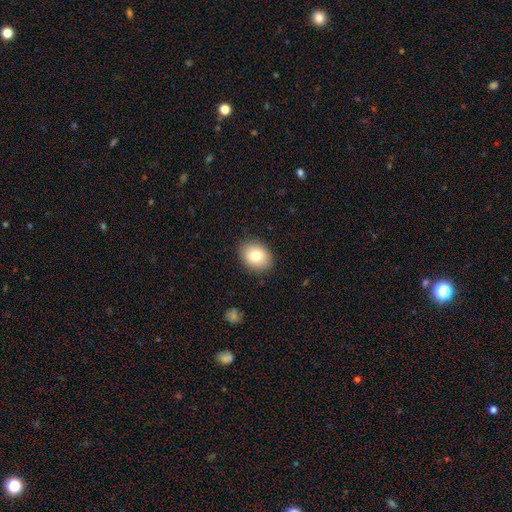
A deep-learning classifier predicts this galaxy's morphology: Smooth or featured?
  - smooth: 82% *
  - featured or disk: 10%
  - star or artifact: 8%
How rounded?
  - in between: 63% *
  - round: 36%
  - cigar-shaped: 1%
Merging?
  - none: 87% *
  - minor disturbance: 9%
  - major disturbance: 2%
  - merger: 1%